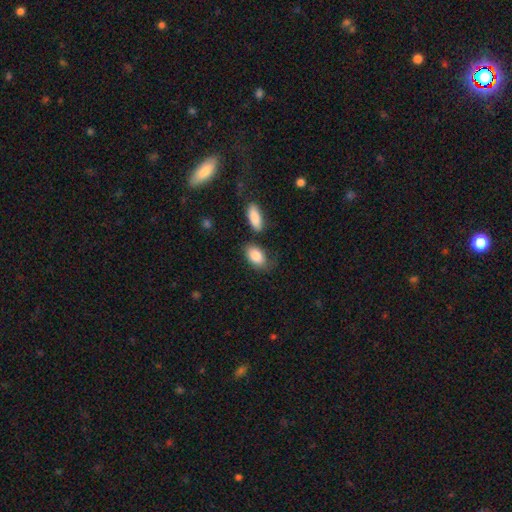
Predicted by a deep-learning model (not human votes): A smooth galaxy with no disk features (86%) that is in between round and cigar-shaped (90%). Merging: none (63%).